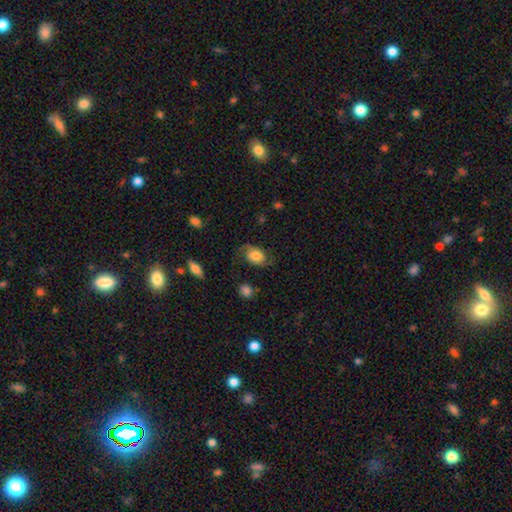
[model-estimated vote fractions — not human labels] A featured or disk galaxy (48%). Merging: none (67%).